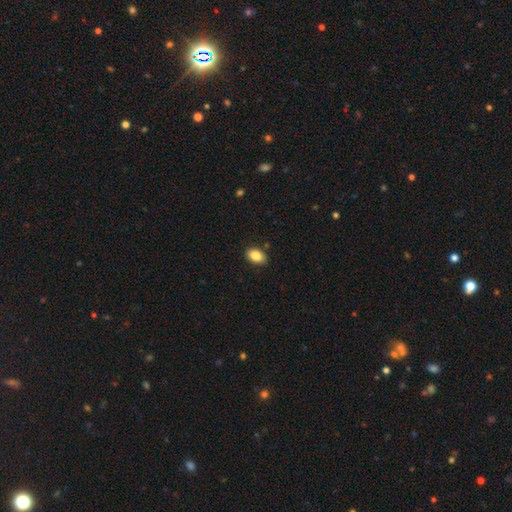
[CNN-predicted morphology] Overall: smooth (88%). How rounded: in between (89%). Merging: none (86%).